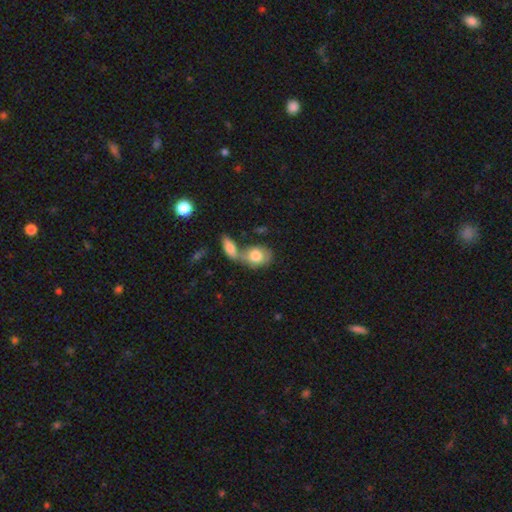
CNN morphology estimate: Overall: smooth (75%). How rounded: in between (75%). Merging: merger (57%; none 27%).